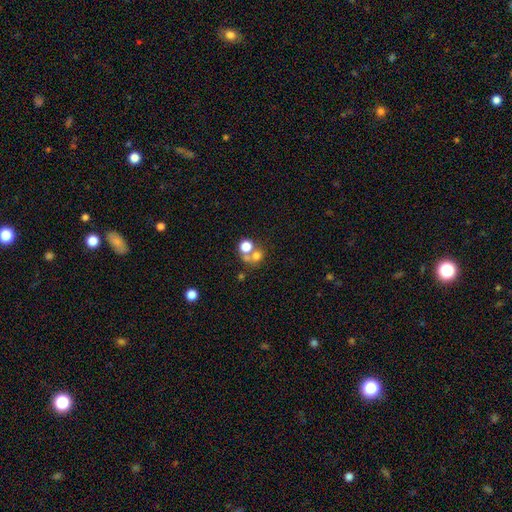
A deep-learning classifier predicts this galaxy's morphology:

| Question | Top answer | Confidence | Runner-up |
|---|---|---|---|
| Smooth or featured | smooth | 66% | featured or disk (17%) |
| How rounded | round | 78% | in between (21%) |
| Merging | merger | 49% | none (39%) |